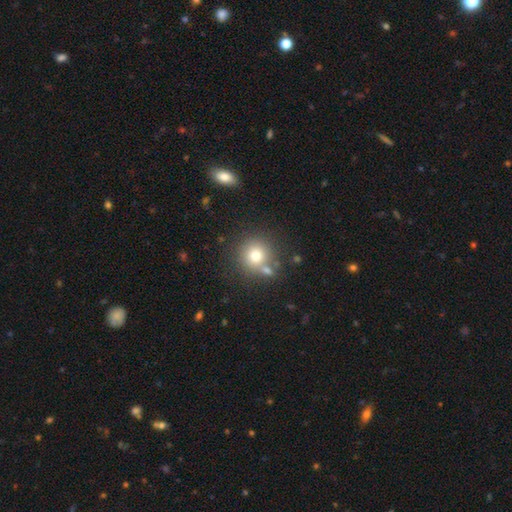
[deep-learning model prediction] Smooth or featured? smooth (75%)
How rounded? round (92%)
Merging? none (71%)